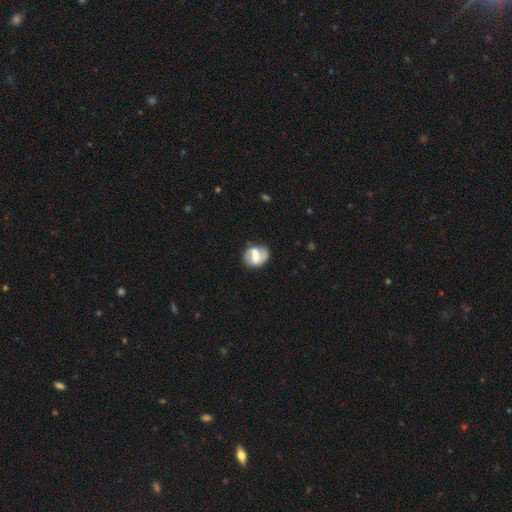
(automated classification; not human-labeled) This appears to be a featured or disk galaxy (68%) with a strong bar (43%), 2 (80%) medium (41%) spiral arms (80%) and a moderate central bulge (36%). Merging: none (66%).